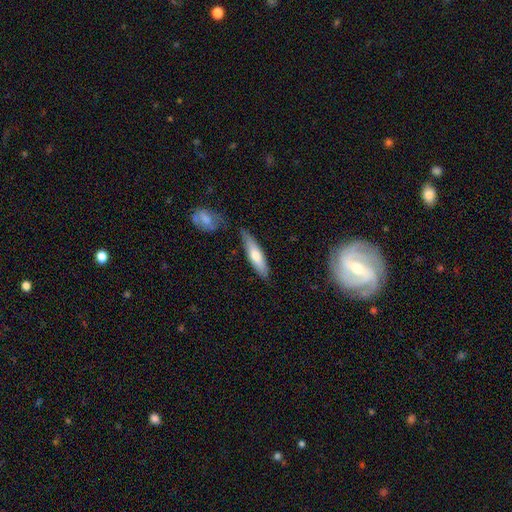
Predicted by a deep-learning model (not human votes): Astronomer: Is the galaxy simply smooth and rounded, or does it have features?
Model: smooth — 65%.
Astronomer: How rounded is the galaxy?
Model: cigar-shaped — 75%.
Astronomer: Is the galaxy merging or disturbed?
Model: none — 74%.